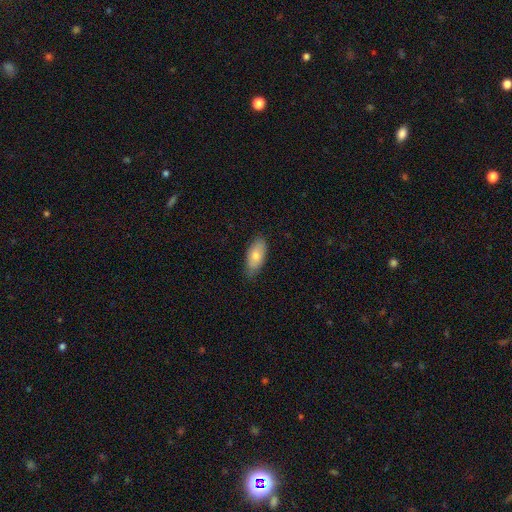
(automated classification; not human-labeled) Overall: smooth (74%). How rounded: in between (89%). Merging: none (81%).